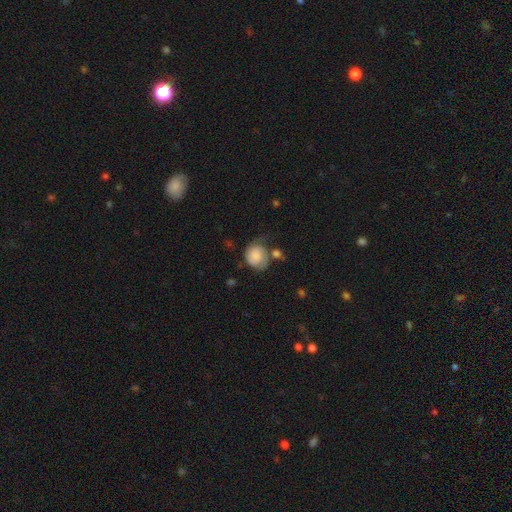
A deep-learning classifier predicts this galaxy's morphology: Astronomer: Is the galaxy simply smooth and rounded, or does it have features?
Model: smooth — 70%.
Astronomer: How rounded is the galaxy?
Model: round — 66%.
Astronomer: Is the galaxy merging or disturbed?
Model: none — 39% (runner-up: minor disturbance, 31%).